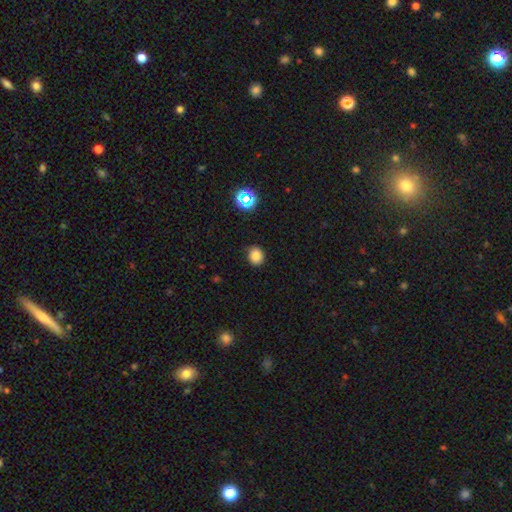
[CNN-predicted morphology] This is clearly a smooth galaxy (81%). How rounded: likely round (72%). Merging: clearly none (85%).